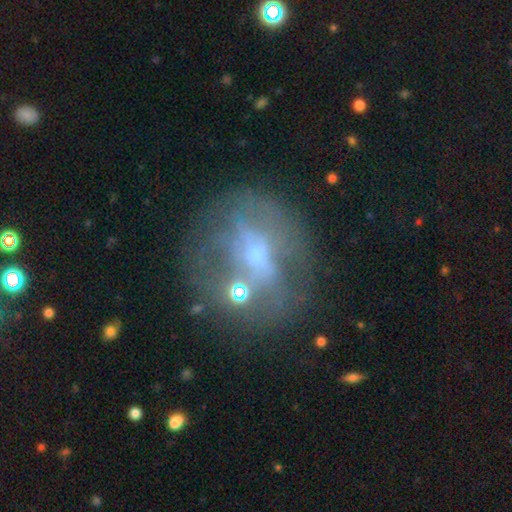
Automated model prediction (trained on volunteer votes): The model was most divided on "bulge size": small: 53%, moderate: 33%, none: 9%, large: 3%, dominant: 2%. More confident: edge-on disk — no (93%); spiral arms — no (77%); bar — no (63%); smooth or featured — featured or disk (57%); merging — none (56%).